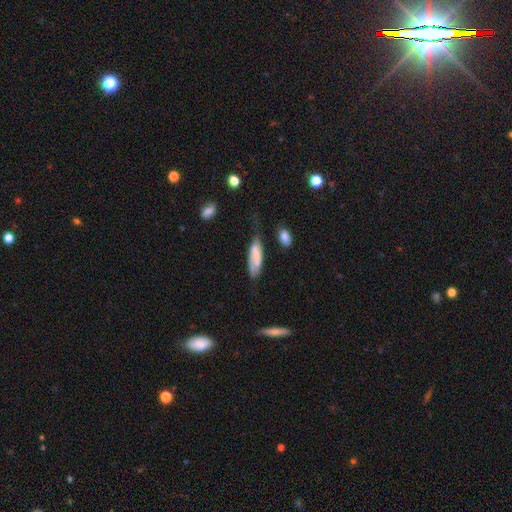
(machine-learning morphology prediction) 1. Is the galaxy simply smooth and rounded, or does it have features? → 72% smooth, 22% featured or disk, 7% star or artifact.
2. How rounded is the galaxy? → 55% in between, 43% cigar-shaped, 2% round.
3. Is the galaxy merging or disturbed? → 42% none, 34% minor disturbance, 18% major disturbance, 6% merger.